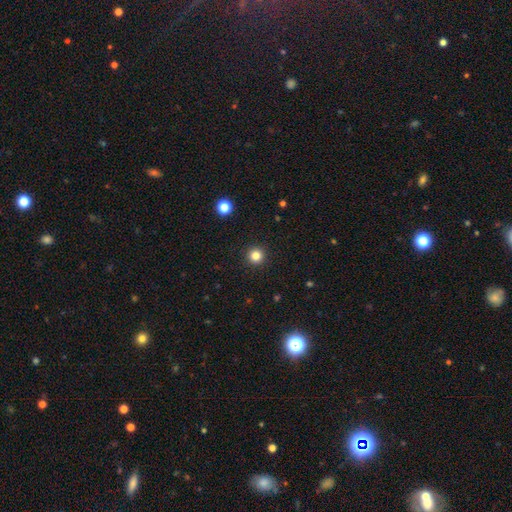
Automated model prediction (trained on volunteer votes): Smooth or featured? smooth (83%)
How rounded? round (96%)
Merging? none (93%)